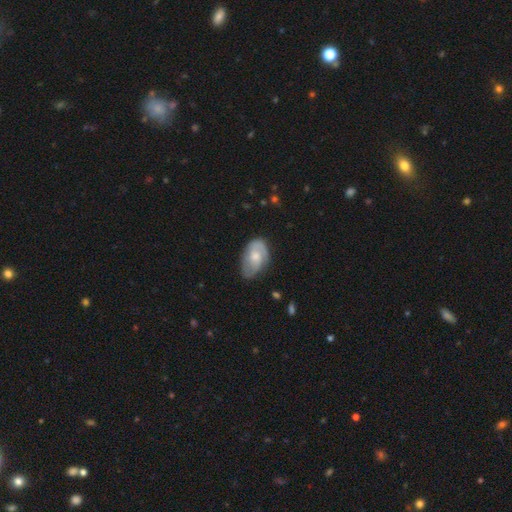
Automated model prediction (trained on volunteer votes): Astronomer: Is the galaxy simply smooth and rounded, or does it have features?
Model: featured or disk — 59% (runner-up: smooth, 35%).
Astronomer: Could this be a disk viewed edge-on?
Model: no — 95%.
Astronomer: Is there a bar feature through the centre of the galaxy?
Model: no — 69%.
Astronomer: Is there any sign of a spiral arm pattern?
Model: yes — 85%.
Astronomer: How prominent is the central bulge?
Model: moderate — 56%.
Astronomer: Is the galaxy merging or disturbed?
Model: none — 62%.